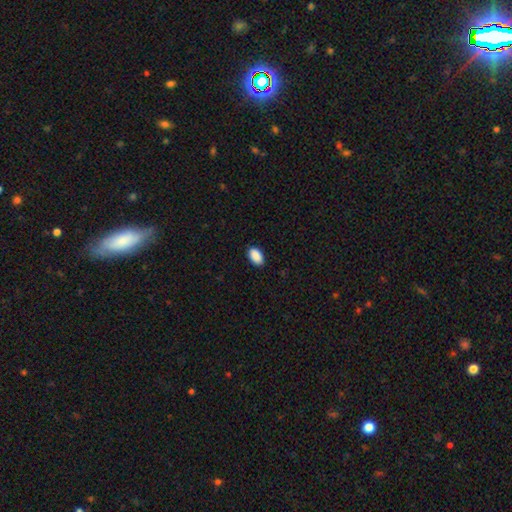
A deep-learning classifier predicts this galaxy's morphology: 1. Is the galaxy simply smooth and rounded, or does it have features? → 91% smooth, 7% star or artifact, 2% featured or disk.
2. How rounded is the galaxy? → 94% in between, 5% round, 1% cigar-shaped.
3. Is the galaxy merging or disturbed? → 90% none, 8% minor disturbance, 2% major disturbance, 1% merger.